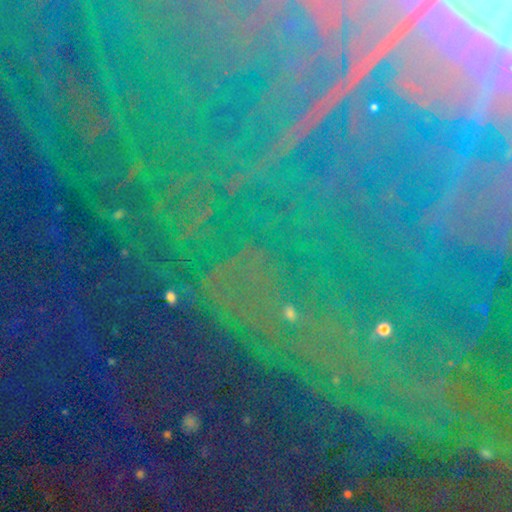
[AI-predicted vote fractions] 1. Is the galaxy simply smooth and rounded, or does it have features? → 83% star or artifact, 9% featured or disk, 7% smooth.